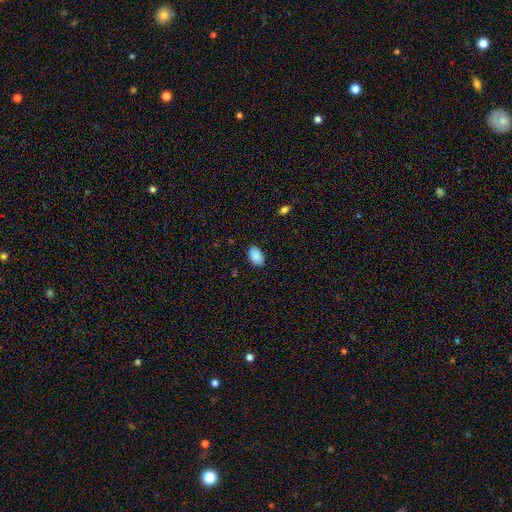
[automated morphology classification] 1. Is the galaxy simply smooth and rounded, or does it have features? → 88% smooth, 7% star or artifact, 5% featured or disk.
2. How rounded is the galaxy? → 90% in between, 9% round, 1% cigar-shaped.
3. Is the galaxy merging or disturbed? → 84% none, 13% minor disturbance, 2% major disturbance, 1% merger.